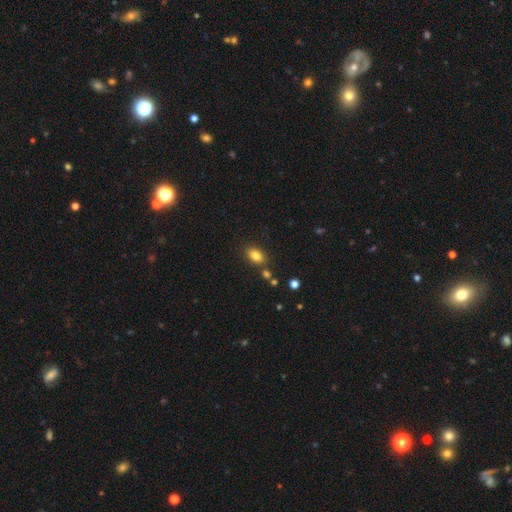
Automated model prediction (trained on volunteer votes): Smooth or featured: smooth — 83% (star or artifact — 10%)
How rounded: in between — 85% (round — 13%)
Merging: none — 79% (minor disturbance — 11%)